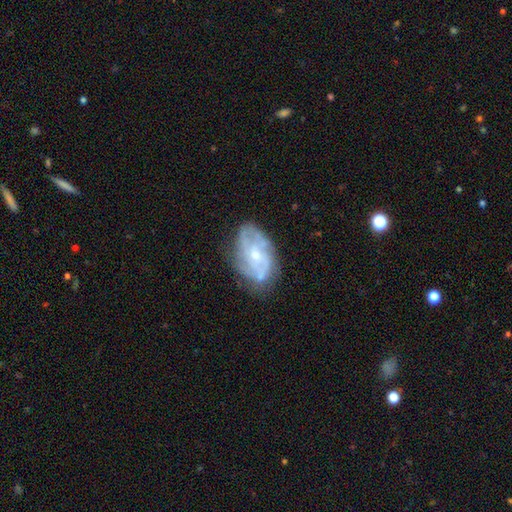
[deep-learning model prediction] A featured or disk galaxy (74%) with no bar (69%), tight (46%) spiral arms (81%) and a small central bulge (62%).

Vote fractions:
- Smooth or featured? featured or disk: 74% / smooth: 19% / star or artifact: 7%
- Edge-on disk? no: 96% / yes: 4%
- Bar? no: 69% / weak: 26% / strong: 5%
- Spiral arms? yes: 81% / no: 19%
- Spiral winding? tight: 46% / medium: 38% / loose: 16%
- Spiral arm count? can't tell: 41% / 2: 23% / 3: 19% / 4: 9% / 1: 4% / more than 4: 4%
- Bulge size? small: 62% / moderate: 34% / none: 2% / large: 1% / dominant: 1%
- Merging? none: 67% / minor disturbance: 23% / major disturbance: 8% / merger: 2%